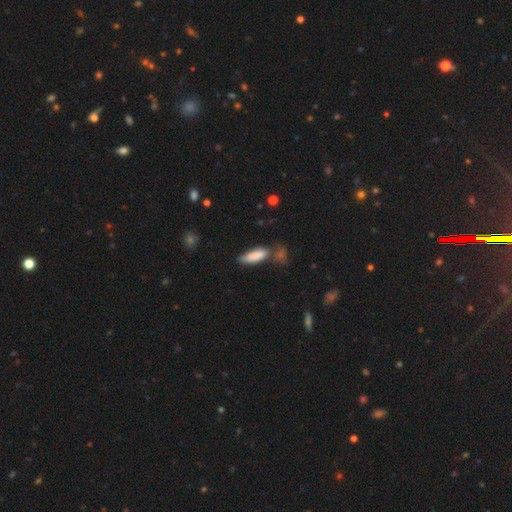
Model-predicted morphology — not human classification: smooth_or_featured: smooth (p=0.83) [alt: featured or disk p=0.10]
how_rounded: in between (p=0.56) [alt: cigar-shaped p=0.42]
merging: none (p=0.44) [alt: minor disturbance p=0.25]